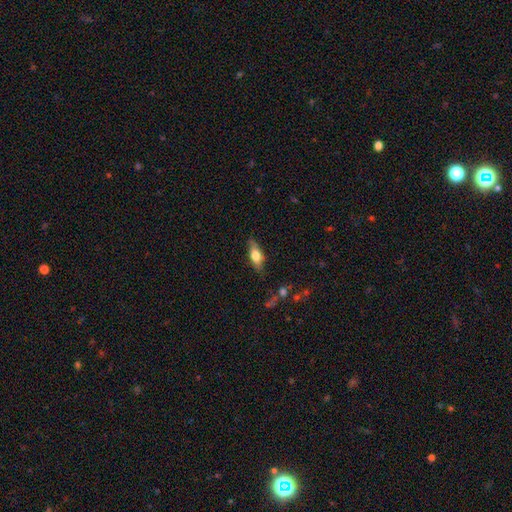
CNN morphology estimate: This appears to be a smooth galaxy with no disk features (64%) that is in between round and cigar-shaped (67%). Merging: none (79%).